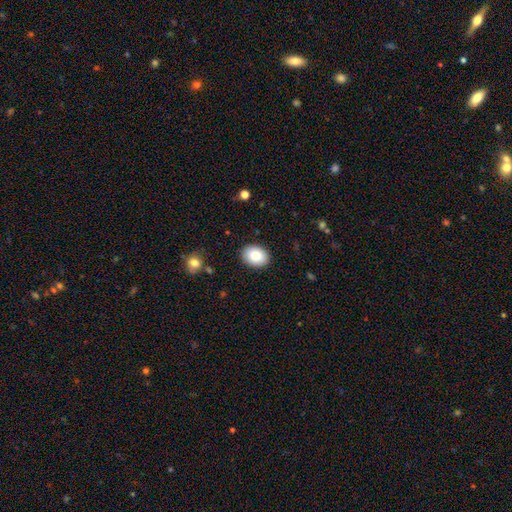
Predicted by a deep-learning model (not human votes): Smooth or featured: smooth — 85% (star or artifact — 8%)
How rounded: in between — 70% (round — 29%)
Merging: none — 89% (minor disturbance — 8%)